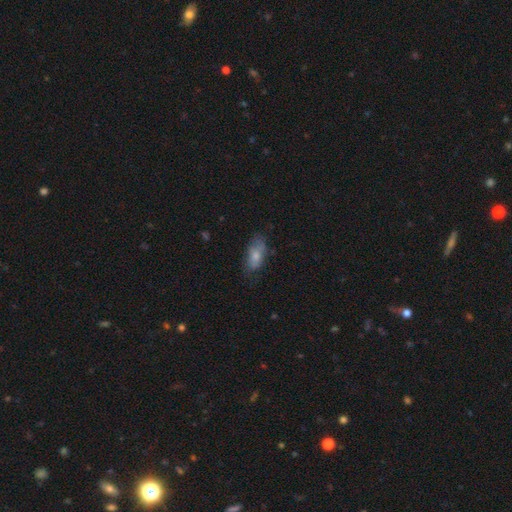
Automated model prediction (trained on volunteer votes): A smooth galaxy with no disk features (73%) that is in between round and cigar-shaped (87%). Merging: none (56%).